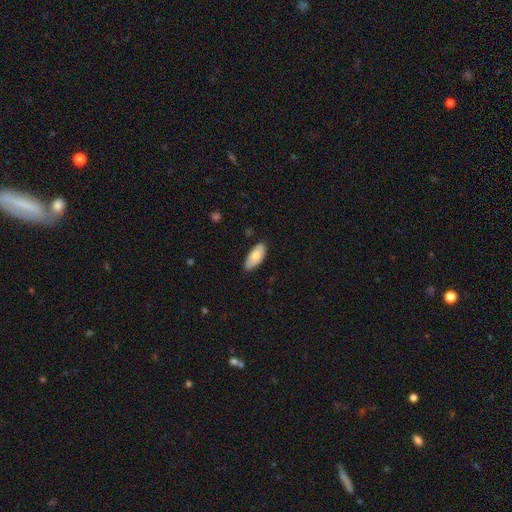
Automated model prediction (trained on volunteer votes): This appears to be a smooth galaxy with no disk features (80%) that is in between round and cigar-shaped (90%). Merging: none (81%).